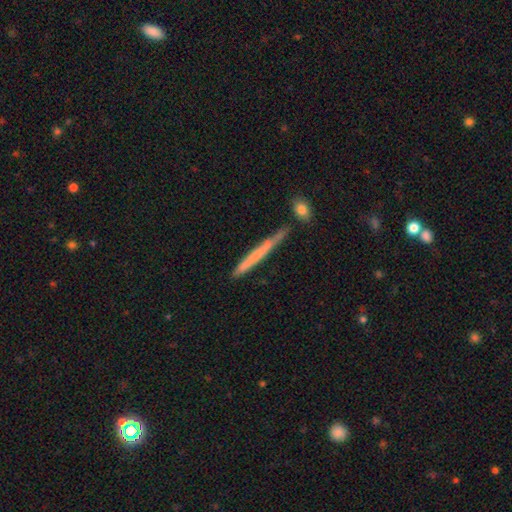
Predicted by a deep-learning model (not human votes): This appears to be a smooth galaxy with no disk features (55%) that is cigar-shaped (97%). Merging: none (76%).